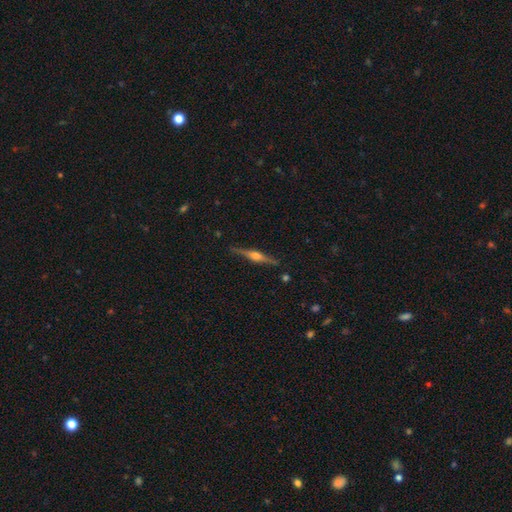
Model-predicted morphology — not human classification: Smooth or featured?
  - featured or disk: 82% *
  - smooth: 12%
  - star or artifact: 6%
Edge-on disk?
  - yes: 98% *
  - no: 2%
Edge-on bulge?
  - rounded: 92% *
  - boxy: 6%
  - none: 2%
Merging?
  - none: 89% *
  - minor disturbance: 8%
  - major disturbance: 2%
  - merger: 1%